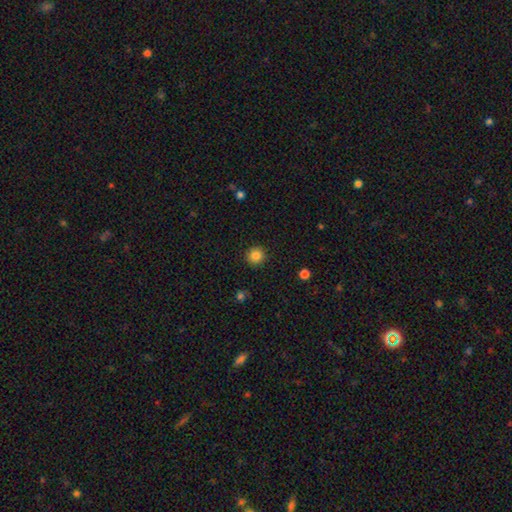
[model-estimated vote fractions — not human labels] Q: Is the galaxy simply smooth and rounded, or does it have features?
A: smooth — 85%.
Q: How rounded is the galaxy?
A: round — 94%.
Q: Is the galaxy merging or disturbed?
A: none — 92%.